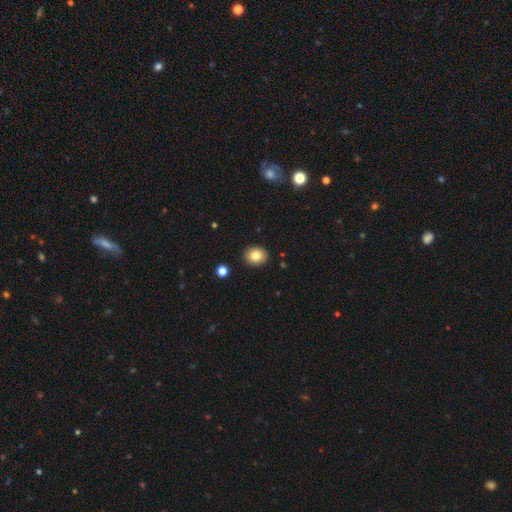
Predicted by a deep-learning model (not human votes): smooth-or-featured: smooth: 82% | star or artifact: 10% | featured or disk: 8%
  how-rounded: round: 72% | in between: 27% | cigar-shaped: 1%
  merging: none: 91% | minor disturbance: 6% | major disturbance: 2% | merger: 1%